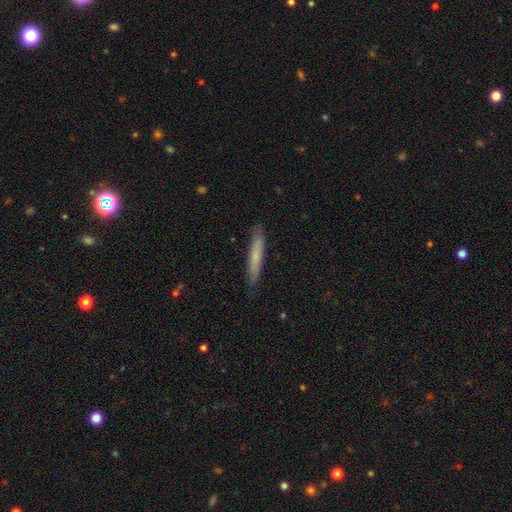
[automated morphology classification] Smooth or featured: smooth — 67% (featured or disk — 27%)
How rounded: cigar-shaped — 93% (in between — 6%)
Merging: none — 86% (minor disturbance — 11%)